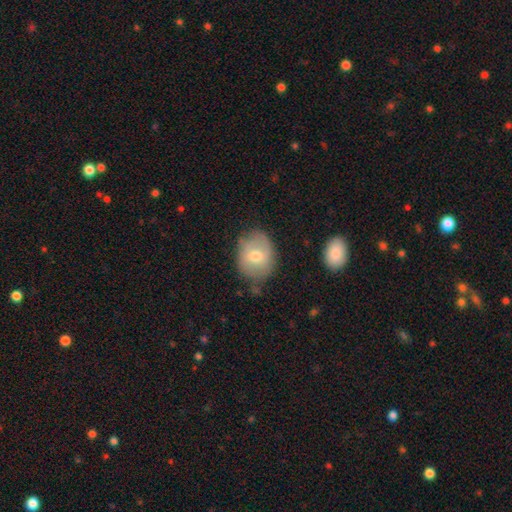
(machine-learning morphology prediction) Q: Smooth or featured?
A: smooth (62%); runner-up: featured or disk (30%)
Q: How rounded?
A: round (51%); runner-up: in between (49%)
Q: Merging?
A: none (69%); runner-up: minor disturbance (23%)